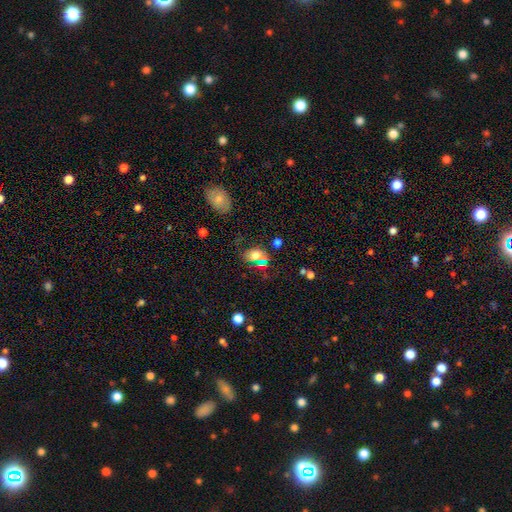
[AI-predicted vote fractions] The model was most divided on "merging": none: 42%, merger: 30%, minor disturbance: 16%, major disturbance: 11%. More confident: smooth or featured — smooth (63%); how rounded — in between (55%).